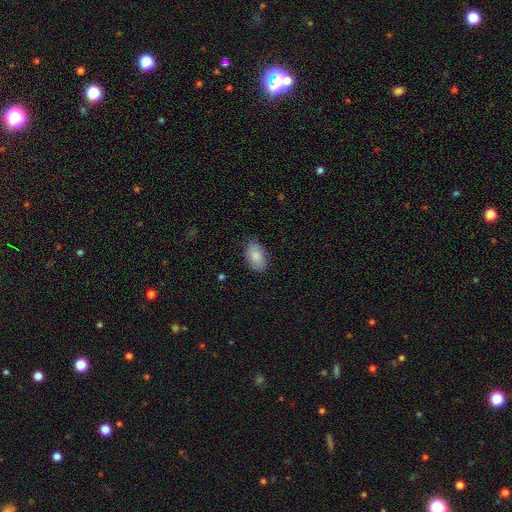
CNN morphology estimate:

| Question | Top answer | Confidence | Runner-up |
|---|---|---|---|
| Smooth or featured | smooth | 85% | featured or disk (9%) |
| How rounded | in between | 92% | round (6%) |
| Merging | none | 84% | minor disturbance (13%) |